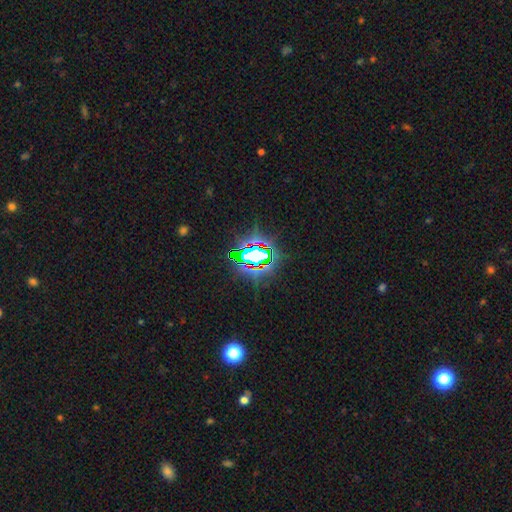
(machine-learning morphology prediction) smooth-or-featured: star or artifact: 74% | smooth: 13% | featured or disk: 13%